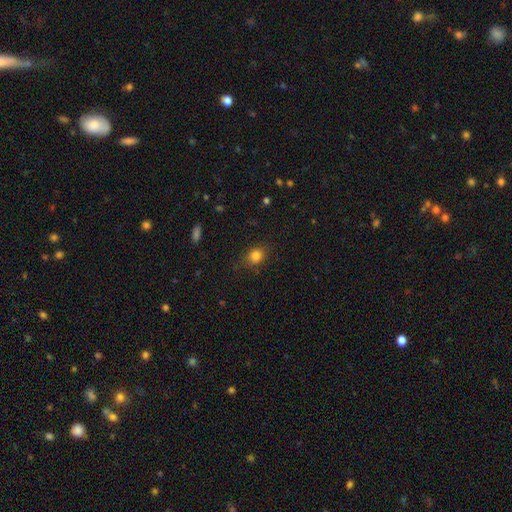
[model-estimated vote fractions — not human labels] smooth_or_featured: smooth (p=0.82) [alt: star or artifact p=0.12]
how_rounded: round (p=0.57) [alt: in between p=0.41]
merging: none (p=0.80) [alt: minor disturbance p=0.14]